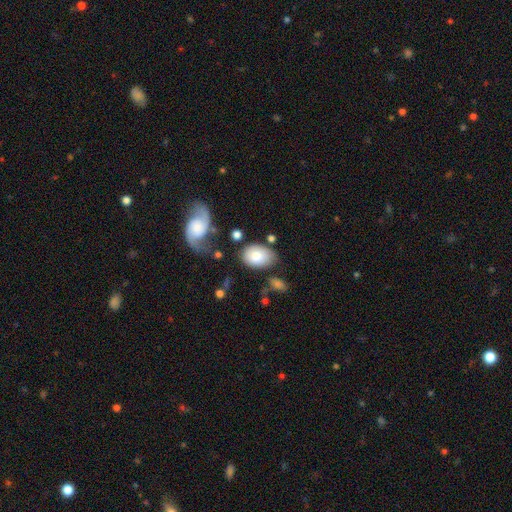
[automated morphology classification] smooth 75%, featured or disk 18%, star or artifact 6%. Down the decision tree: how rounded — in between (84%); merging — none (63%).